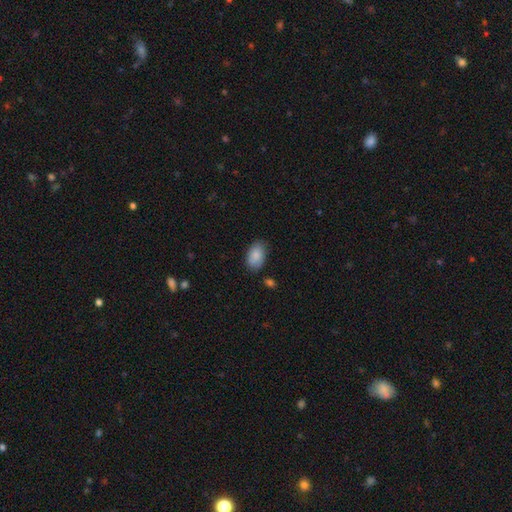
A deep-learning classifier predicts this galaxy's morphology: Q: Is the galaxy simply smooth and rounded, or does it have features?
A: smooth — 85%.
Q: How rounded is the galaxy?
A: in between — 92%.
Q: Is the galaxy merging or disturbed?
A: none — 78%.